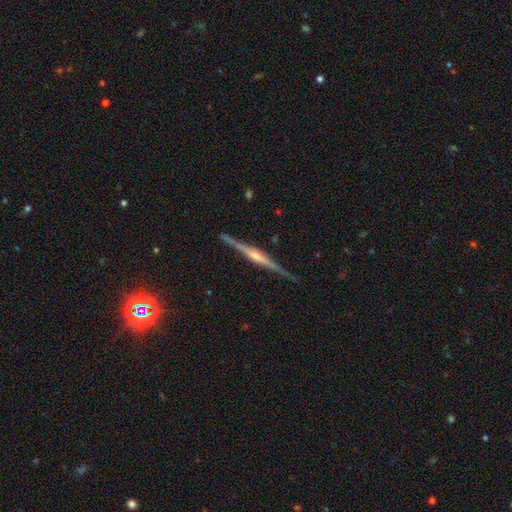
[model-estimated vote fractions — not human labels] A featured or disk galaxy (85%) viewed edge-on (98%) with a rounded central bulge (71%).

Vote fractions:
- Smooth or featured? featured or disk: 85% / smooth: 9% / star or artifact: 6%
- Edge-on disk? yes: 98% / no: 2%
- Edge-on bulge? rounded: 71% / boxy: 17% / none: 12%
- Merging? none: 90% / minor disturbance: 7% / major disturbance: 1% / merger: 1%